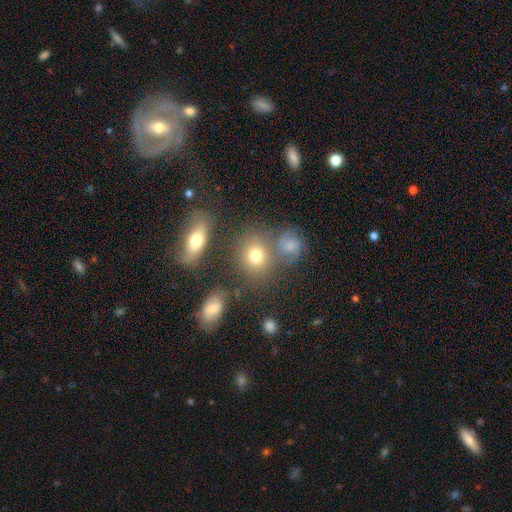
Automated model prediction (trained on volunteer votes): This is likely a smooth galaxy (73%). How rounded: likely round (70%). Merging: likely none (62%).